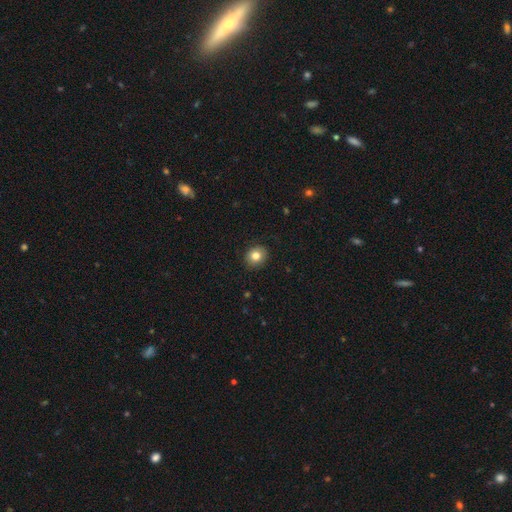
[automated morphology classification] Smooth or featured? Predicted: smooth (p=0.81). How rounded? Predicted: round (p=0.72). Merging? Predicted: none (p=0.89).